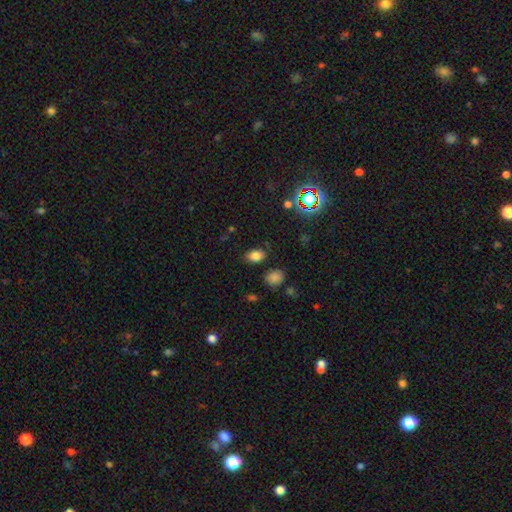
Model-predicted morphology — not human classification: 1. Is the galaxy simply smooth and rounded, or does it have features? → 80% smooth, 14% star or artifact, 6% featured or disk.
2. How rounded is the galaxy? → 85% in between, 14% round, 2% cigar-shaped.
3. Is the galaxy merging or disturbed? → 81% none, 12% minor disturbance, 3% major disturbance, 3% merger.